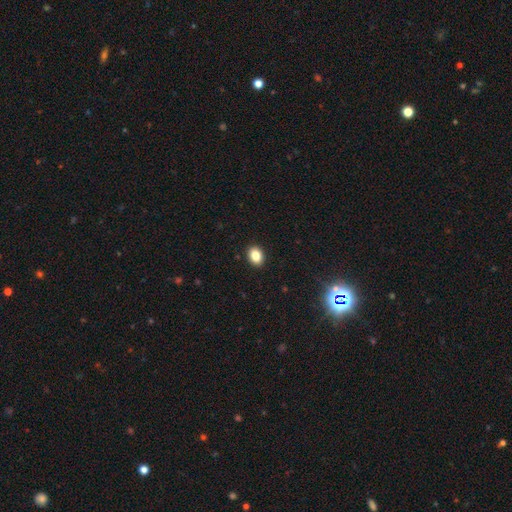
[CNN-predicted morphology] Smooth or featured? Predicted: smooth (p=0.85). How rounded? Predicted: in between (p=0.67). Merging? Predicted: none (p=0.91).